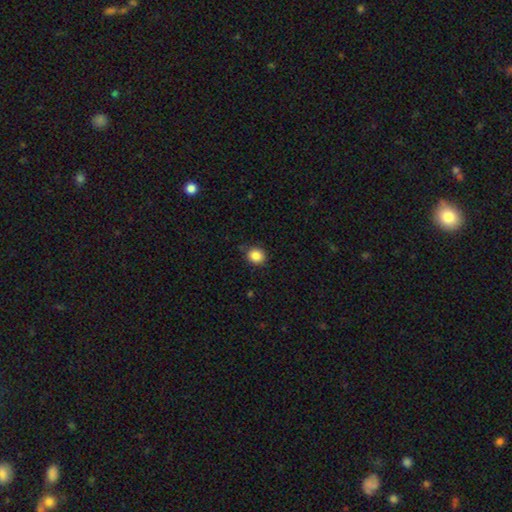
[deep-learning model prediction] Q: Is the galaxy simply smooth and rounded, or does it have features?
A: smooth — 87%.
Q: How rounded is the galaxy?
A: round — 77%.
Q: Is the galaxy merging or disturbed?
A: none — 84%.